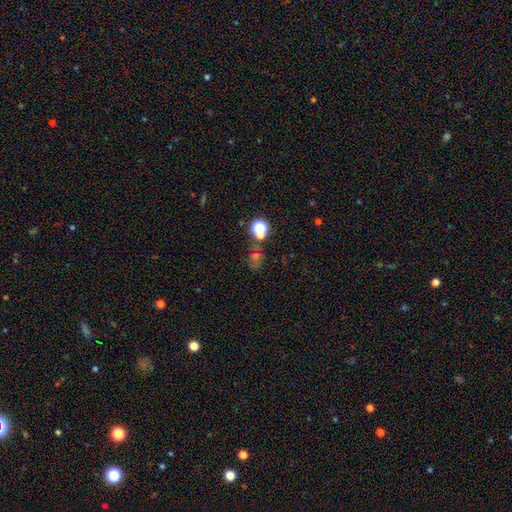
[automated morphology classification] smooth-or-featured: star or artifact: 48% | smooth: 37% | featured or disk: 15%